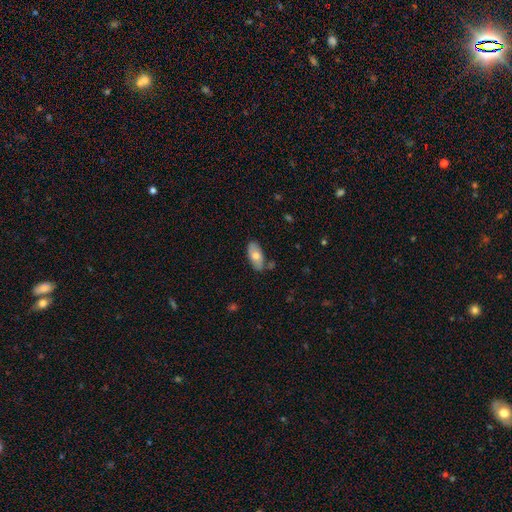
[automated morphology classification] A smooth galaxy with no disk features (64%) that is in between round and cigar-shaped (91%).

Vote fractions:
- Smooth or featured? smooth: 64% / featured or disk: 30% / star or artifact: 6%
- How rounded? in between: 91% / cigar-shaped: 6% / round: 3%
- Merging? none: 75% / minor disturbance: 17% / merger: 4% / major disturbance: 3%